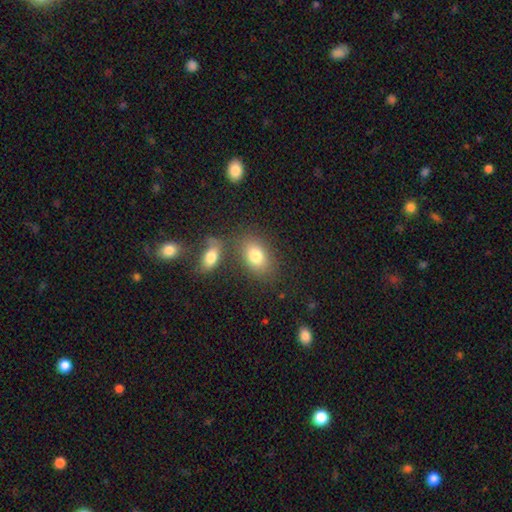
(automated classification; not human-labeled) Smooth or featured? Predicted: smooth (p=0.80). How rounded? Predicted: in between (p=0.81). Merging? Predicted: none (p=0.67).